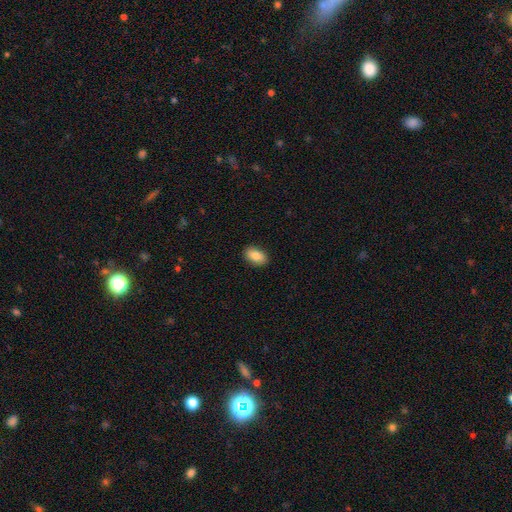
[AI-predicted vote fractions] A smooth galaxy with no disk features (87%) that is in between round and cigar-shaped (90%). Merging: none (89%).